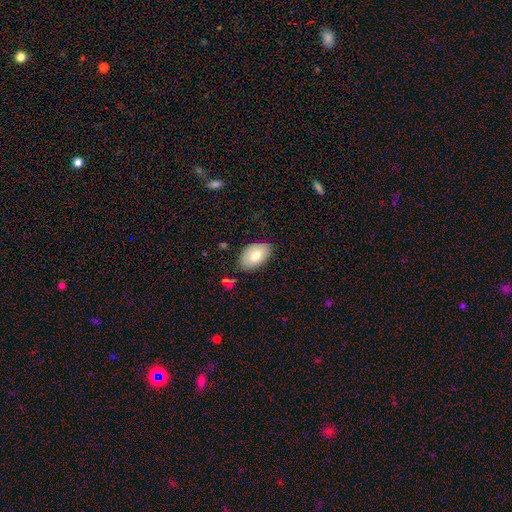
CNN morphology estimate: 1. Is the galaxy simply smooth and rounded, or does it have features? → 71% smooth, 23% featured or disk, 7% star or artifact.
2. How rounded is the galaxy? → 92% in between, 7% round, 1% cigar-shaped.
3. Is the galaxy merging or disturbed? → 81% none, 15% minor disturbance, 3% major disturbance, 2% merger.